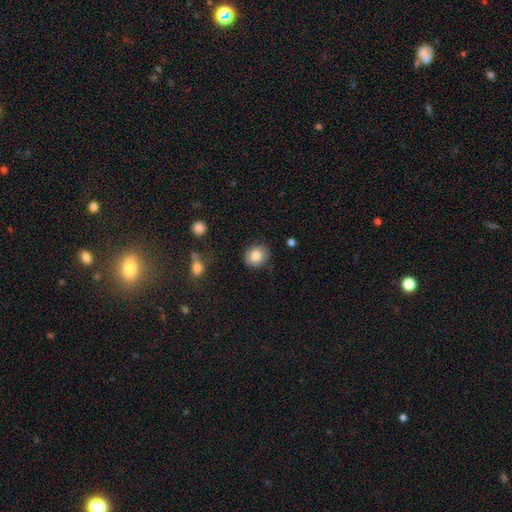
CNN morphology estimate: This appears to be a smooth galaxy with no disk features (84%) that is round (70%). Merging: none (85%).